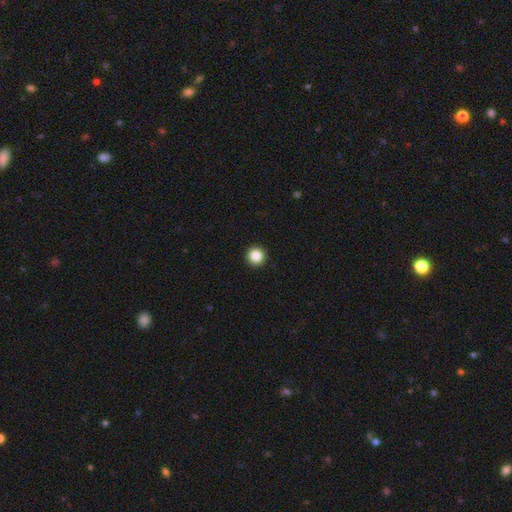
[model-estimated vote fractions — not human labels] This is clearly a smooth galaxy (87%). How rounded: clearly round (97%). Merging: clearly none (94%).